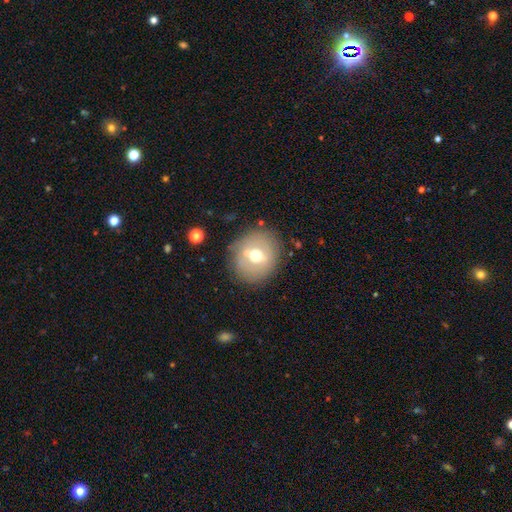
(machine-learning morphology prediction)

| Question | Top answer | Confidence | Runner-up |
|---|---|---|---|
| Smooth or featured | smooth | 56% | featured or disk (34%) |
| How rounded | round | 79% | in between (20%) |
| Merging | none | 78% | minor disturbance (12%) |